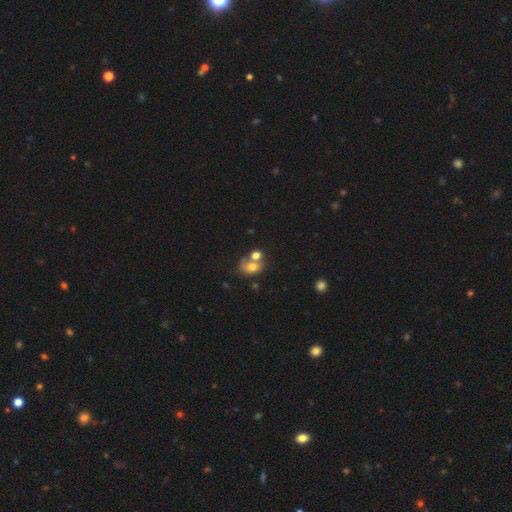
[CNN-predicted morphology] Q: Smooth or featured?
A: smooth (69%); runner-up: featured or disk (20%)
Q: How rounded?
A: round (50%); runner-up: in between (49%)
Q: Merging?
A: merger (56%); runner-up: none (27%)